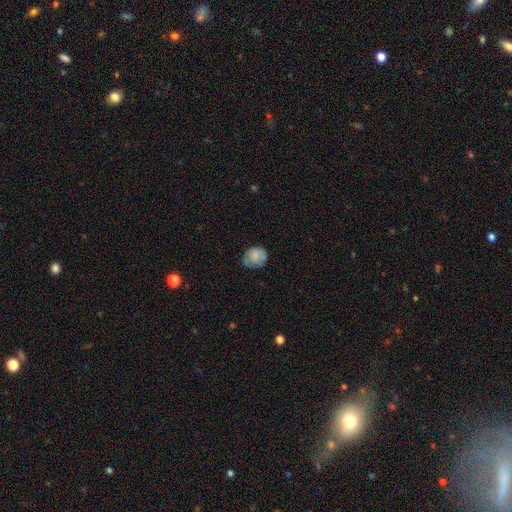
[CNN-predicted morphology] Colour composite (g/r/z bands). It shows a smooth galaxy with no disk features (75%) that is round (64%). Merging: none (66%).